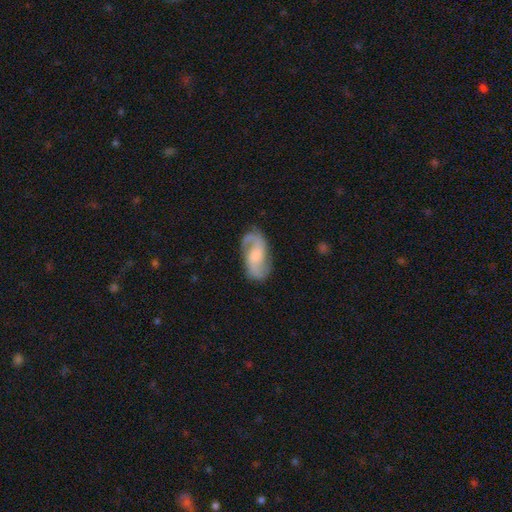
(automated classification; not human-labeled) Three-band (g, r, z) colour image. It shows a featured or disk galaxy (79%) with a weak bar (44%), 2 (88%) medium (46%) spiral arms (95%) and a moderate central bulge (43%). Merging: none (75%).